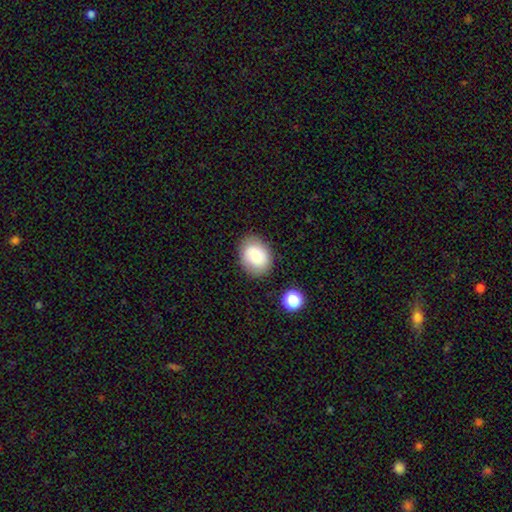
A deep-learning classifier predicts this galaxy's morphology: smooth_or_featured: smooth (p=0.76) [alt: featured or disk p=0.15]
how_rounded: in between (p=0.54) [alt: round p=0.45]
merging: none (p=0.81) [alt: minor disturbance p=0.13]